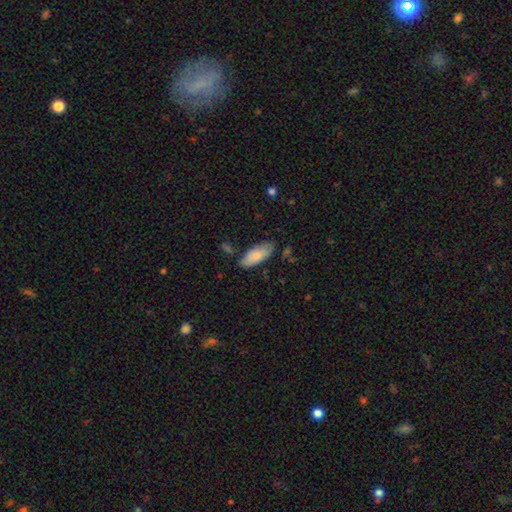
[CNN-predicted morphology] This appears to be a smooth galaxy with no disk features (83%) that is in between round and cigar-shaped (83%). Merging: none (71%).